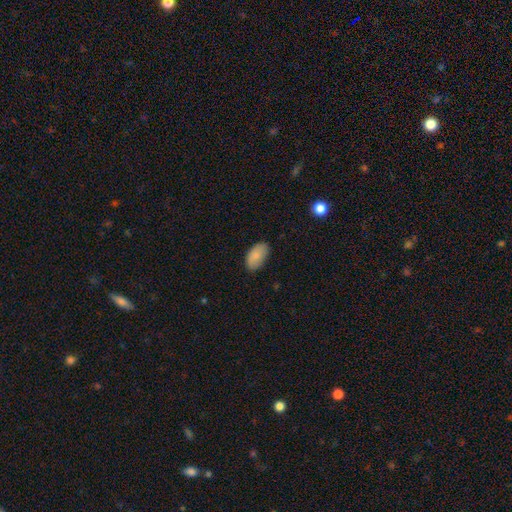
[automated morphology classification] A smooth galaxy with no disk features (86%) that is in between round and cigar-shaped (94%).

Vote fractions:
- Smooth or featured? smooth: 86% / featured or disk: 7% / star or artifact: 7%
- How rounded? in between: 94% / round: 4% / cigar-shaped: 2%
- Merging? none: 81% / minor disturbance: 15% / major disturbance: 3% / merger: 1%